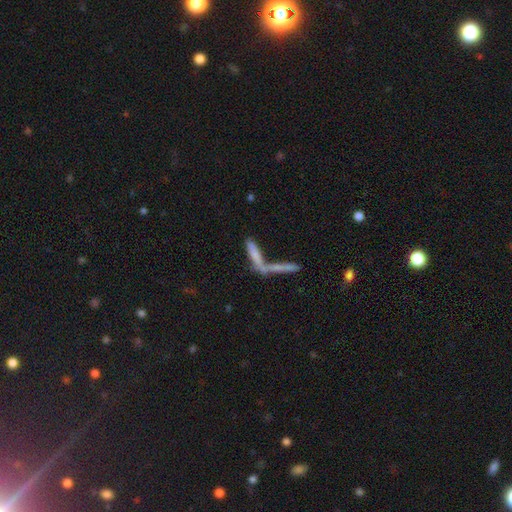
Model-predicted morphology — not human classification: Smooth or featured?
  - smooth: 62% *
  - featured or disk: 28%
  - star or artifact: 10%
How rounded?
  - cigar-shaped: 82% *
  - in between: 16%
  - round: 2%
Merging?
  - merger: 59% *
  - none: 27%
  - minor disturbance: 7%
  - major disturbance: 7%